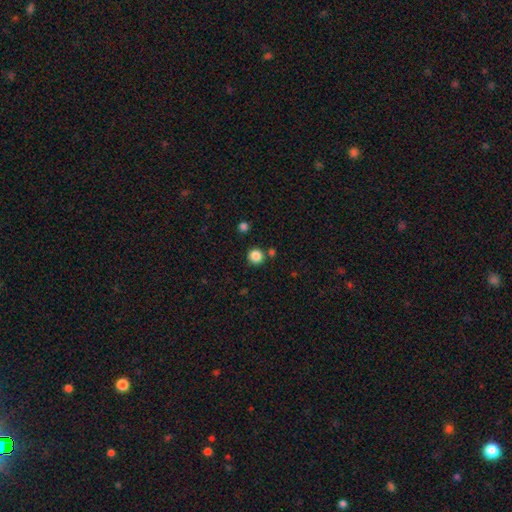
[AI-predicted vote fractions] Smooth or featured? smooth (86%)
How rounded? round (94%)
Merging? none (84%)